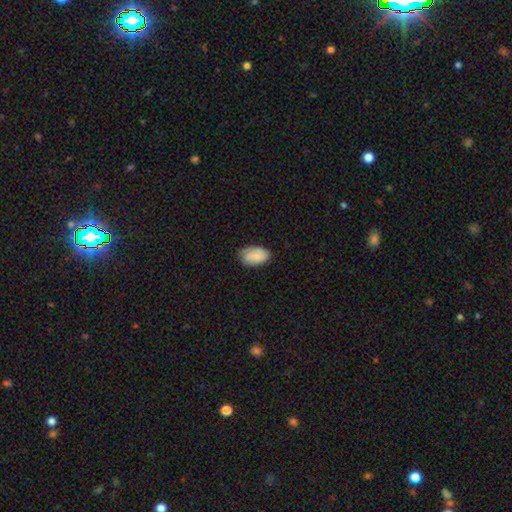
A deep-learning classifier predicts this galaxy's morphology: smooth-or-featured: smooth: 78% | featured or disk: 14% | star or artifact: 7%
  how-rounded: in between: 92% | round: 6% | cigar-shaped: 1%
  merging: none: 73% | minor disturbance: 22% | major disturbance: 4% | merger: 1%